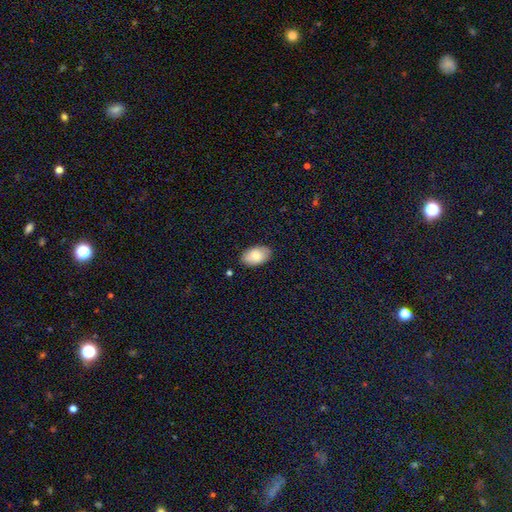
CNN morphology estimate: Smooth or featured? Predicted: smooth (p=0.80). How rounded? Predicted: in between (p=0.93). Merging? Predicted: none (p=0.86).